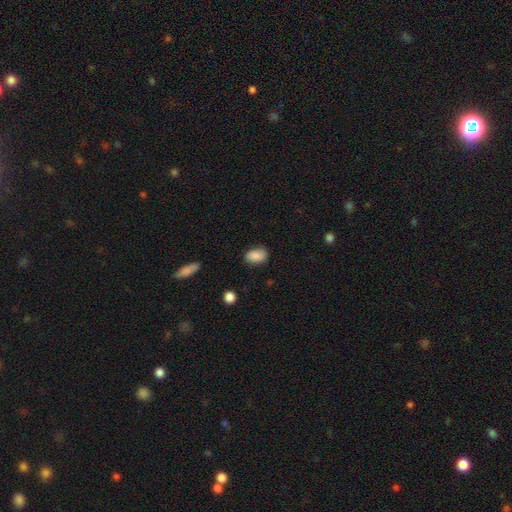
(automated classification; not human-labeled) Smooth or featured? Predicted: smooth (p=0.87). How rounded? Predicted: in between (p=0.87). Merging? Predicted: none (p=0.75).